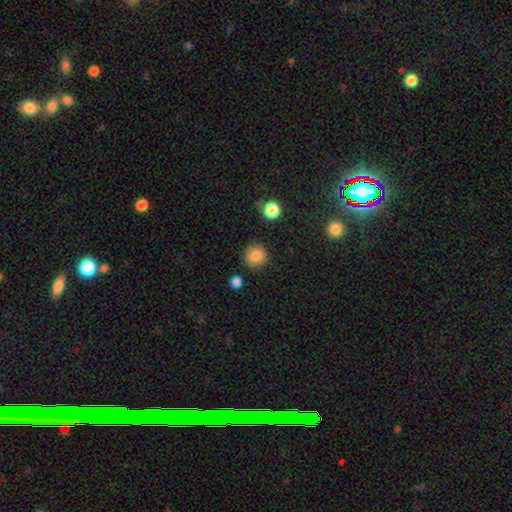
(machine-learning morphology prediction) A smooth galaxy with no disk features (85%) that is round (90%).

Vote fractions:
- Smooth or featured? smooth: 85% / star or artifact: 10% / featured or disk: 5%
- How rounded? round: 90% / in between: 9% / cigar-shaped: 1%
- Merging? none: 86% / minor disturbance: 9% / major disturbance: 3% / merger: 3%